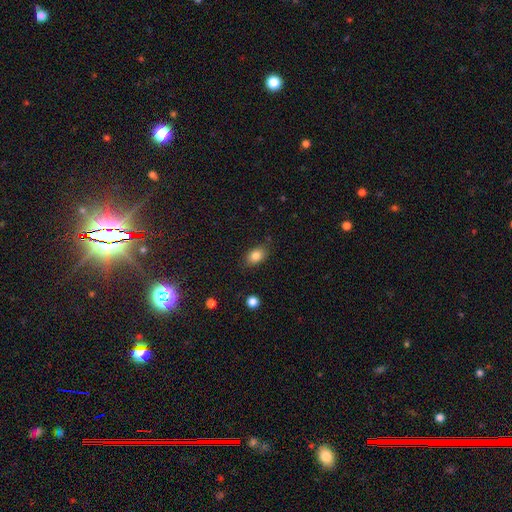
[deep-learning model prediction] This is clearly a smooth galaxy (83%). How rounded: likely in between (79%). Merging: clearly none (81%).